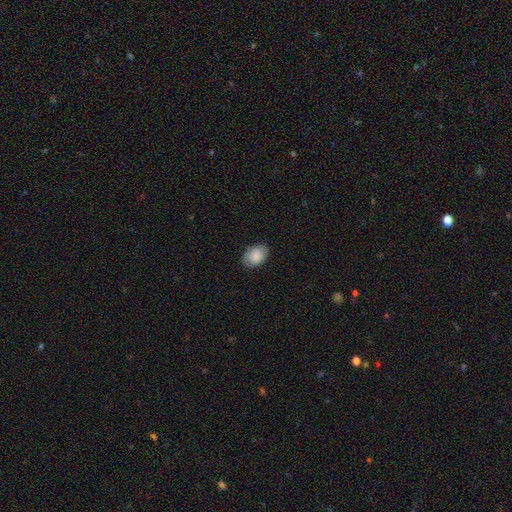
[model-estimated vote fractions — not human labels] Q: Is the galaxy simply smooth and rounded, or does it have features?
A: smooth — 85%.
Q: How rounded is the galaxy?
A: in between — 86%.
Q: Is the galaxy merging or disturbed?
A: none — 81%.